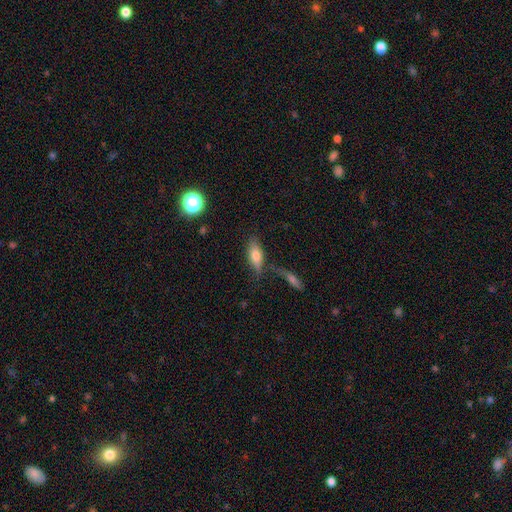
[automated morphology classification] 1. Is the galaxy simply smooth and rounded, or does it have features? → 69% smooth, 22% featured or disk, 8% star or artifact.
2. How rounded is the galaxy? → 72% in between, 25% cigar-shaped, 3% round.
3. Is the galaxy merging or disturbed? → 58% none, 18% minor disturbance, 16% merger, 8% major disturbance.